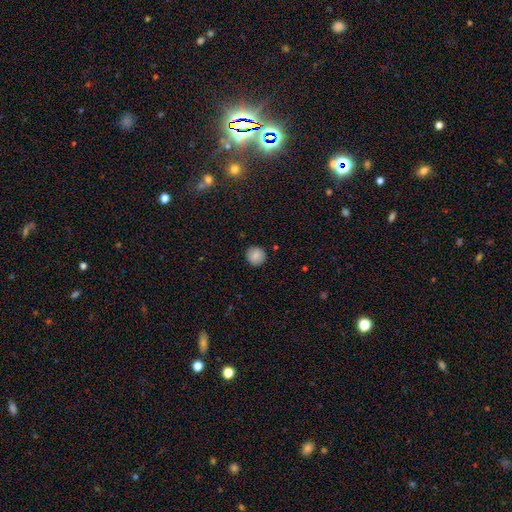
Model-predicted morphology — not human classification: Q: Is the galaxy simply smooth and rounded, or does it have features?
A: smooth — 85%.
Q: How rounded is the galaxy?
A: round — 92%.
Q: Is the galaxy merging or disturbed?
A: none — 89%.